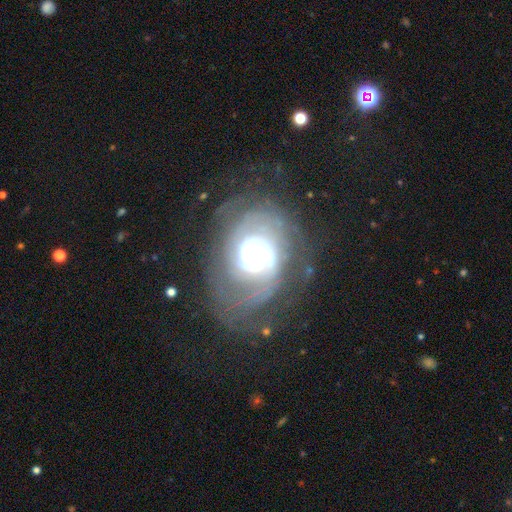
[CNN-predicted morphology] Smooth or featured: featured or disk — 85% (smooth — 9%)
Edge-on disk: no — 97% (yes — 3%)
Bar: no — 70% (weak — 22%)
Spiral arms: yes — 90% (no — 10%)
Spiral winding: tight — 64% (medium — 26%)
Spiral arm count: 2 — 36% (can't tell — 32%)
Bulge size: moderate — 61% (large — 20%)
Merging: none — 61% (minor disturbance — 19%)